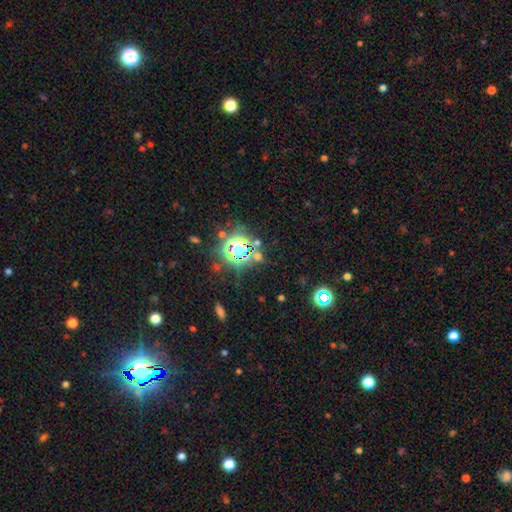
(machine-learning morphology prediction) This appears to be a star or artifact, not a galaxy (75%).